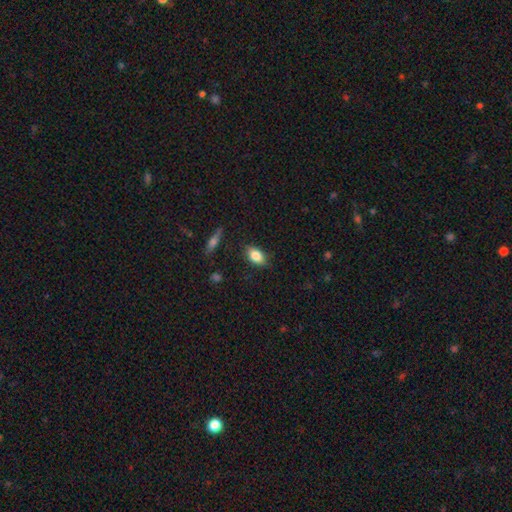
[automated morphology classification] smooth 83%, featured or disk 9%, star or artifact 8%. Down the decision tree: how rounded — in between (87%); merging — none (83%).